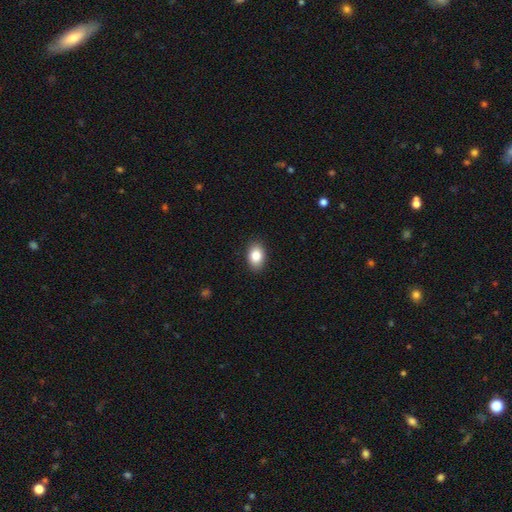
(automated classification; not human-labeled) Morphology: type=smooth (86%); roundness=in between (84%); merging=none (89%).